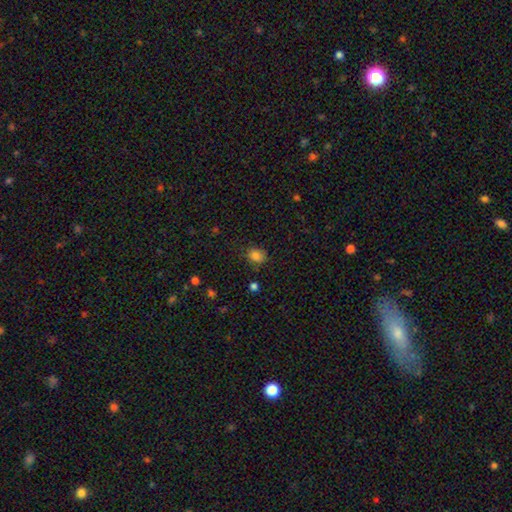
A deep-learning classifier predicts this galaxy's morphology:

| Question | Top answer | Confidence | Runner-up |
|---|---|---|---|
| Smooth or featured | smooth | 82% | star or artifact (13%) |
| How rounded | round | 50% | in between (49%) |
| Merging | none | 73% | minor disturbance (19%) |